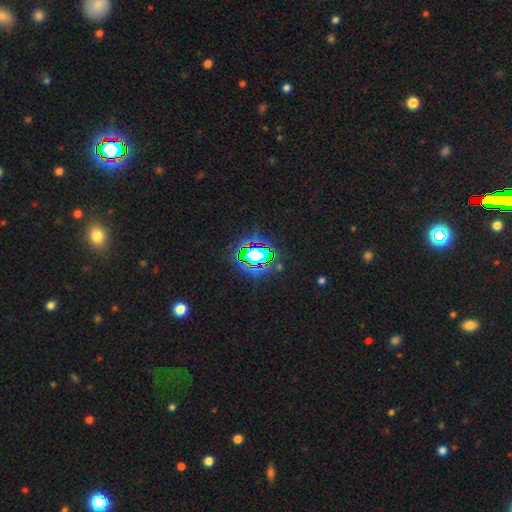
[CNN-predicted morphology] Smooth or featured?
  - star or artifact: 69% *
  - smooth: 17%
  - featured or disk: 15%